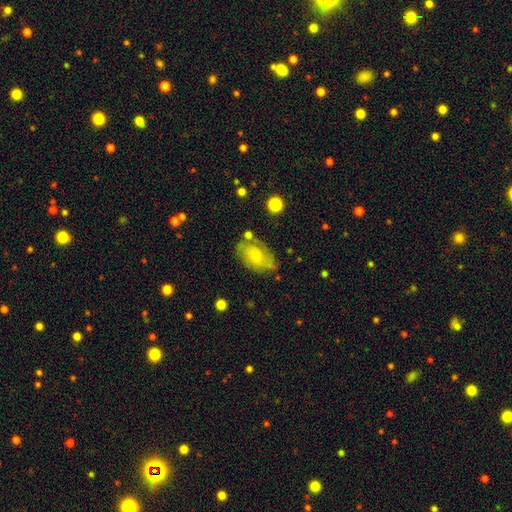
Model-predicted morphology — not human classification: The model was most divided on "smooth or featured": smooth: 48%, featured or disk: 44%, star or artifact: 7%. More confident: merging — none (60%).